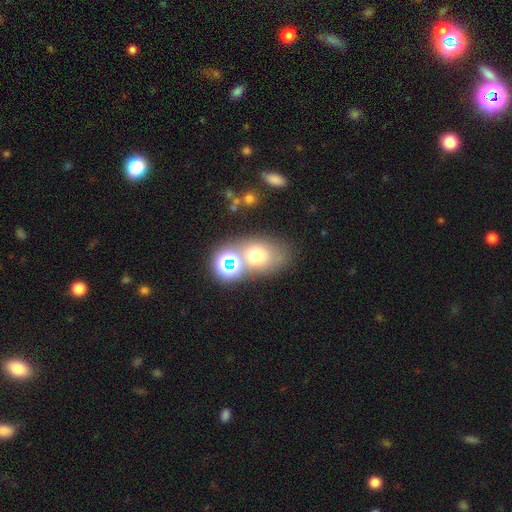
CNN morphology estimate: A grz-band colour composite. It shows a smooth galaxy with no disk features (63%) that is in between round and cigar-shaped (58%). Merging: none (52%).